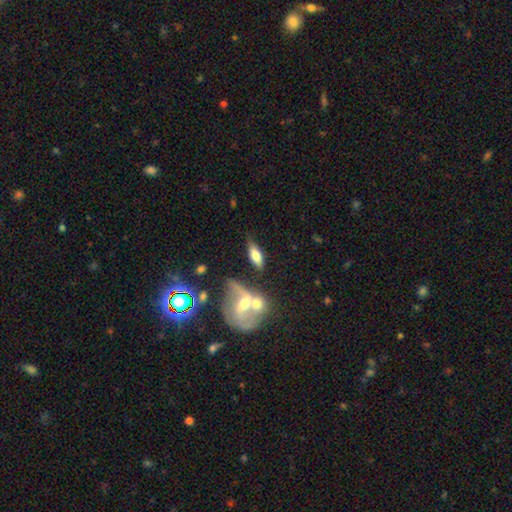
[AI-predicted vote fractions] Smooth or featured? Predicted: smooth (p=0.63). How rounded? Predicted: in between (p=0.75). Merging? Predicted: none (p=0.60).